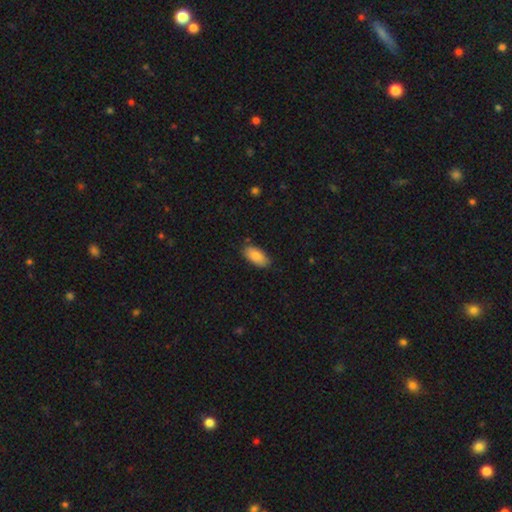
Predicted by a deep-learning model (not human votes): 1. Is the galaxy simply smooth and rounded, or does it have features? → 84% smooth, 9% featured or disk, 7% star or artifact.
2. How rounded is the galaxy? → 93% in between, 4% cigar-shaped, 3% round.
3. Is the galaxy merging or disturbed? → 82% none, 14% minor disturbance, 2% major disturbance, 1% merger.